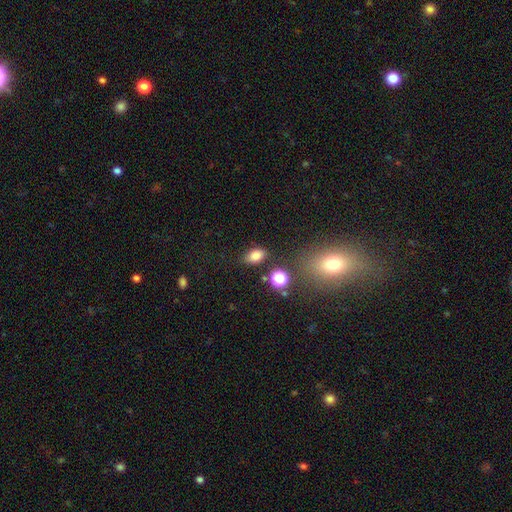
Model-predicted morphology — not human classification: Smooth or featured?
  - smooth: 81% *
  - star or artifact: 12%
  - featured or disk: 7%
How rounded?
  - in between: 84% *
  - round: 14%
  - cigar-shaped: 2%
Merging?
  - none: 78% *
  - minor disturbance: 13%
  - merger: 5%
  - major disturbance: 4%